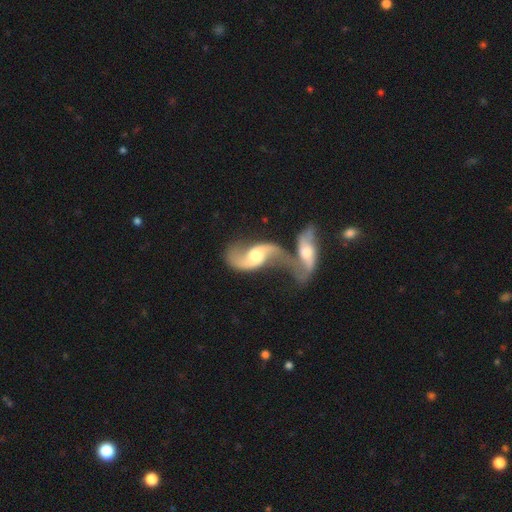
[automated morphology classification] Smooth or featured? featured or disk (87%)
Edge-on disk? no (95%)
Bar? no (45%)
Spiral arms? yes (95%)
Spiral winding? loose (75%)
Spiral arm count? 2 (91%)
Bulge size? moderate (64%)
Merging? merger (72%)